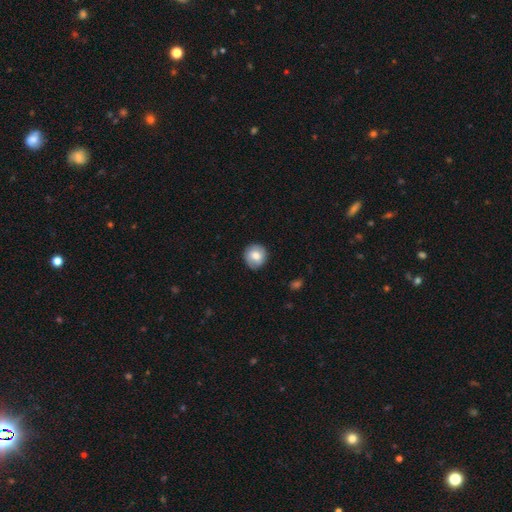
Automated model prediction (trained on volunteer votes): smooth-or-featured: smooth: 76% | featured or disk: 17% | star or artifact: 8%
  how-rounded: round: 90% | in between: 9% | cigar-shaped: 1%
  merging: none: 85% | minor disturbance: 11% | major disturbance: 2% | merger: 1%